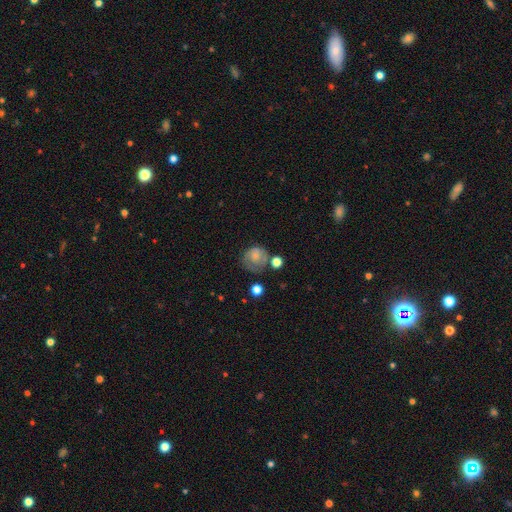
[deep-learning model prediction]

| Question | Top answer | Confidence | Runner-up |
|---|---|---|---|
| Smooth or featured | smooth | 61% | featured or disk (28%) |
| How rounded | round | 79% | in between (20%) |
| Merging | none | 48% | minor disturbance (26%) |